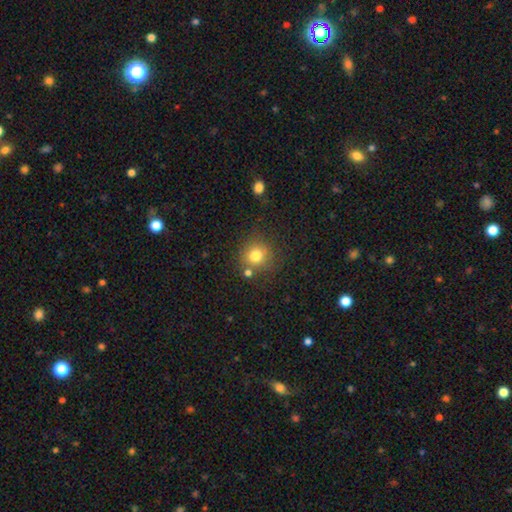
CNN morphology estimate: The model was most divided on "merging": none: 73%, minor disturbance: 12%, merger: 11%, major disturbance: 4%. More confident: how rounded — round (88%); smooth or featured — smooth (78%).